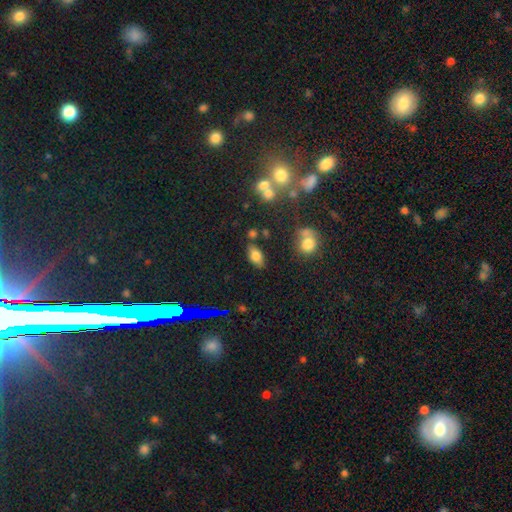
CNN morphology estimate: Smooth or featured? smooth (73%)
How rounded? in between (87%)
Merging? none (74%)